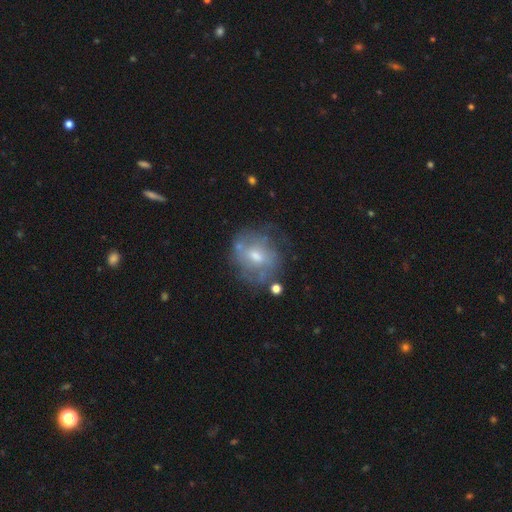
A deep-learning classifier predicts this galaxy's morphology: Smooth or featured?
  - featured or disk: 54% *
  - smooth: 35%
  - star or artifact: 10%
Edge-on disk?
  - no: 95% *
  - yes: 5%
Bar?
  - no: 51% *
  - weak: 41%
  - strong: 8%
Spiral arms?
  - no: 51% *
  - yes: 49%
Bulge size?
  - moderate: 60% *
  - small: 31%
  - large: 5%
  - none: 3%
  - dominant: 1%
Merging?
  - none: 62% *
  - minor disturbance: 22%
  - major disturbance: 11%
  - merger: 5%